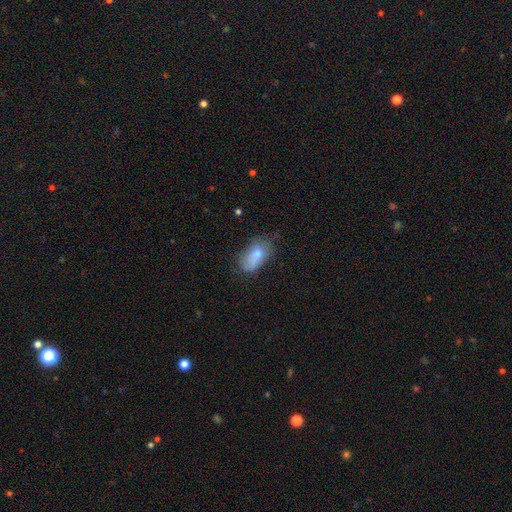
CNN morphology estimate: type=smooth (75%); roundness=in between (88%); merging=none (43%).